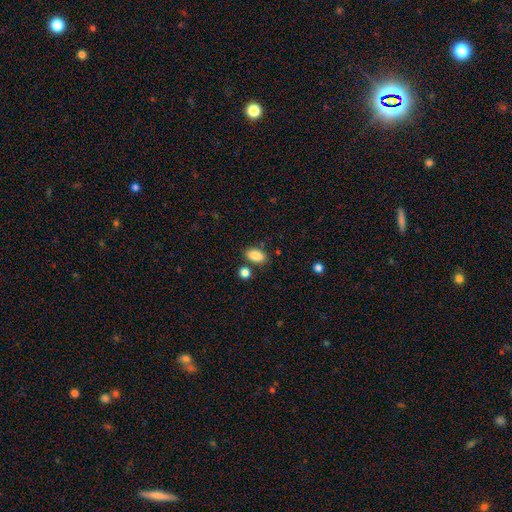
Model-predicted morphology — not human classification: A smooth galaxy with no disk features (88%) that is in between round and cigar-shaped (90%).

Vote fractions:
- Smooth or featured? smooth: 88% / star or artifact: 8% / featured or disk: 4%
- How rounded? in between: 90% / round: 7% / cigar-shaped: 3%
- Merging? none: 77% / minor disturbance: 12% / merger: 8% / major disturbance: 3%